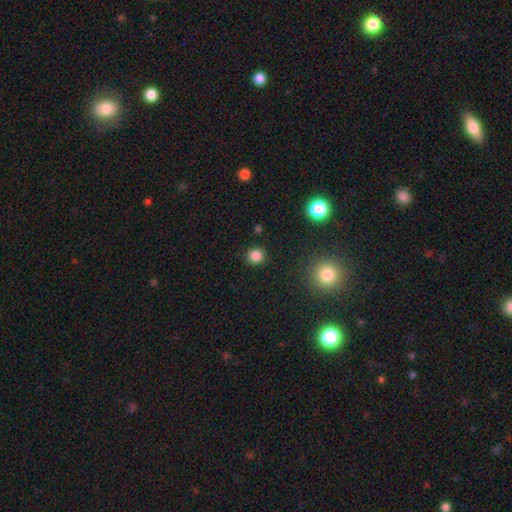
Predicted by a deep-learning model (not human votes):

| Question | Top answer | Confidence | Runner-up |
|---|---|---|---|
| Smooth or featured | smooth | 83% | star or artifact (13%) |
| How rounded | round | 88% | in between (11%) |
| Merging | none | 90% | minor disturbance (6%) |